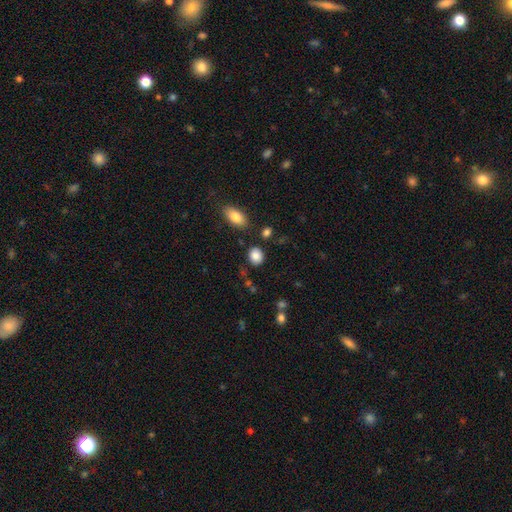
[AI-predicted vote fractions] A smooth galaxy with no disk features (87%) that is round (59%). Merging: none (83%).